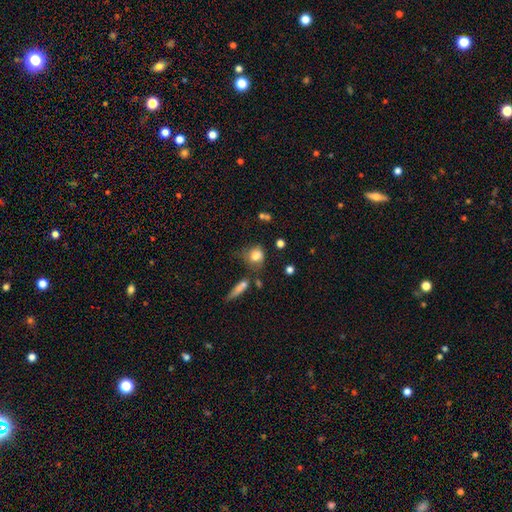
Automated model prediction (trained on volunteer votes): Overall: smooth (78%). How rounded: round (67%; in between 30%). Merging: none (46%; minor disturbance 25%).